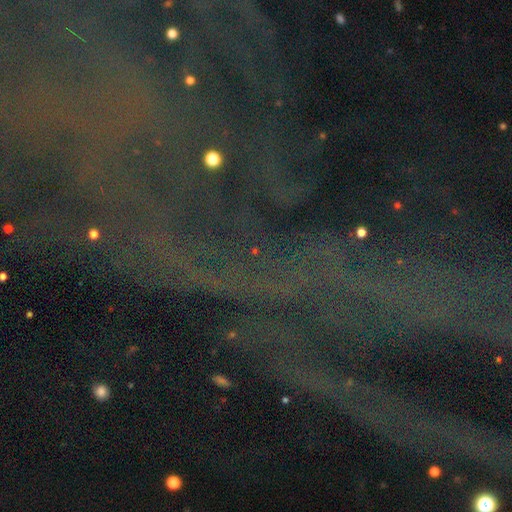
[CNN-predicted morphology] This is clearly a star or artifact rather than a galaxy (84%).